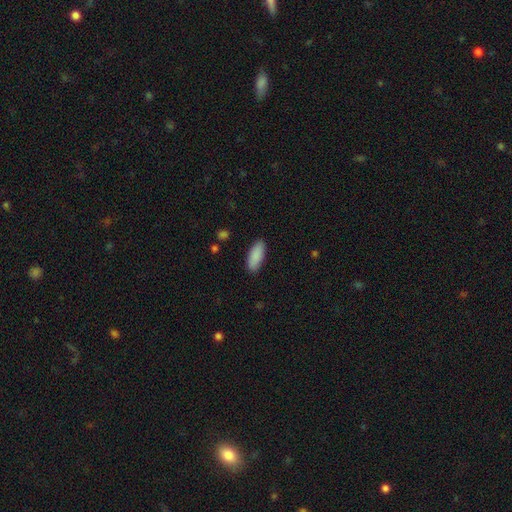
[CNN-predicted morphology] smooth 90%, star or artifact 6%, featured or disk 4%. Down the decision tree: how rounded — in between (81%); merging — none (88%).